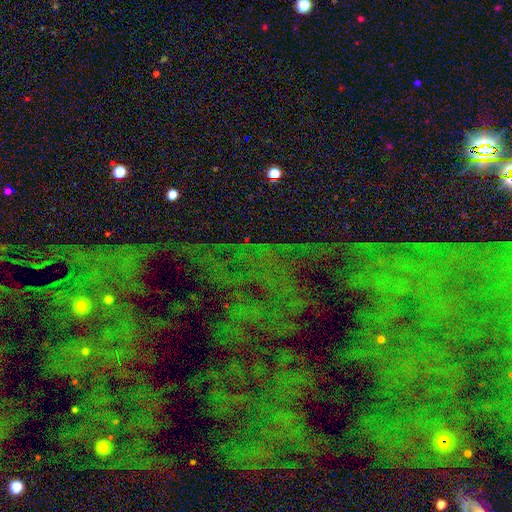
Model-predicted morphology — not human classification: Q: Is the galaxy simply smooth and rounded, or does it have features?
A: star or artifact — 80%.